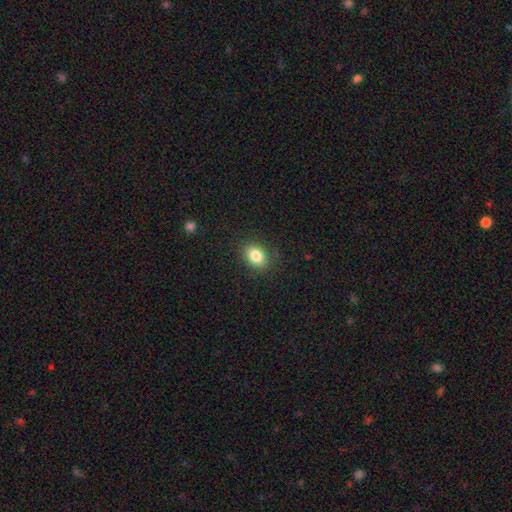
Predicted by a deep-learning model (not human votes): The model was most divided on "how rounded": in between: 67%, round: 32%, cigar-shaped: 1%. More confident: merging — none (86%); smooth or featured — smooth (84%).